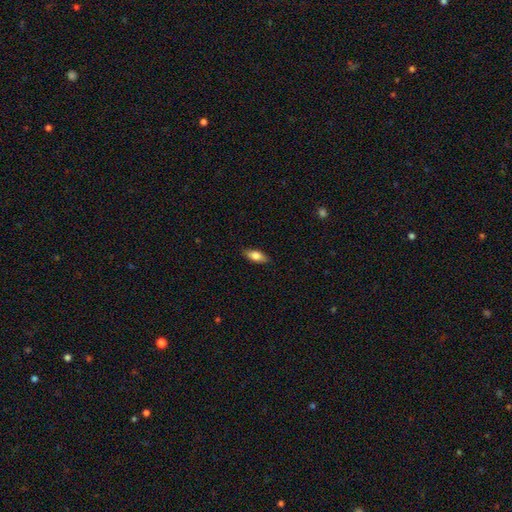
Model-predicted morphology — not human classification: Smooth or featured: smooth — 79% (featured or disk — 14%)
How rounded: in between — 83% (cigar-shaped — 14%)
Merging: none — 87% (minor disturbance — 10%)